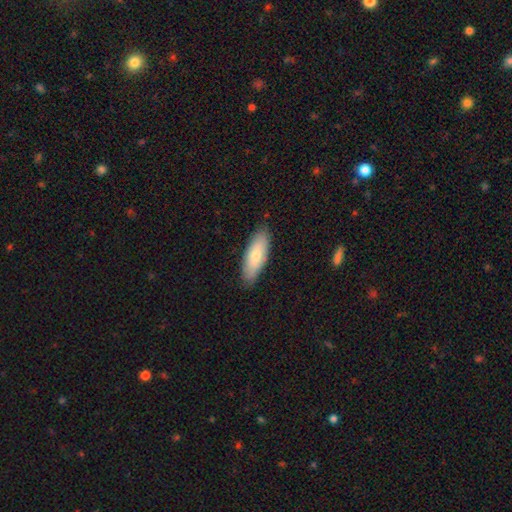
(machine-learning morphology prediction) The model was most divided on "how rounded": in between: 67%, cigar-shaped: 31%, round: 2%. More confident: merging — none (85%); smooth or featured — smooth (75%).